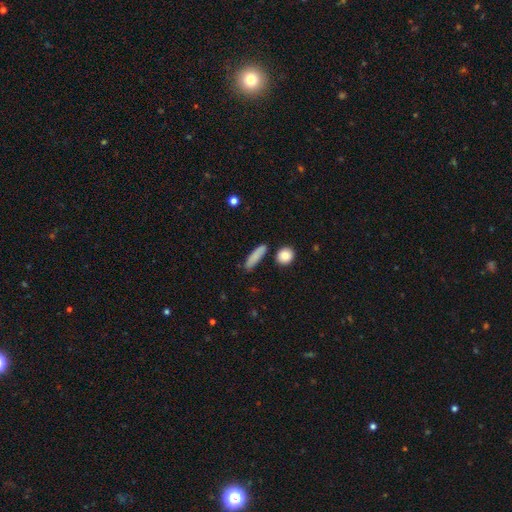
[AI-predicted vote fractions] smooth 83%, featured or disk 10%, star or artifact 7%. Down the decision tree: how rounded — cigar-shaped (72%); merging — none (79%).